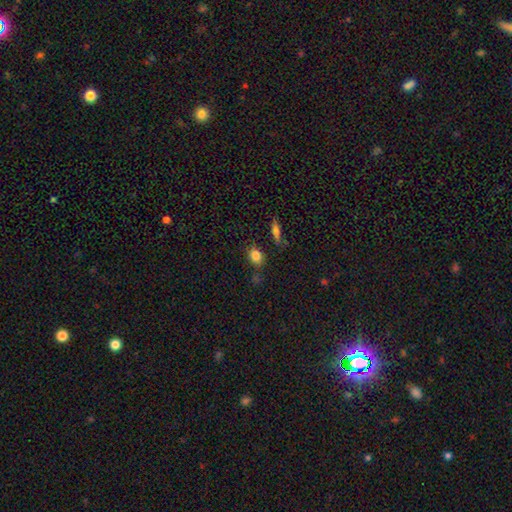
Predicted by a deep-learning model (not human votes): A smooth galaxy with no disk features (82%) that is in between round and cigar-shaped (52%). Merging: none (76%).